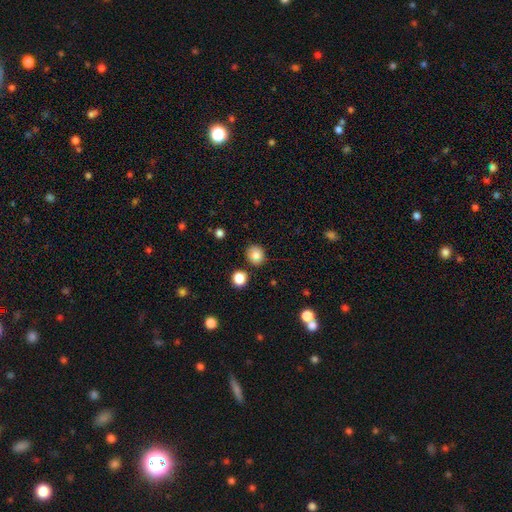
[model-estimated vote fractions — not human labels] smooth_or_featured: smooth (p=0.82) [alt: star or artifact p=0.11]
how_rounded: round (p=0.86) [alt: in between p=0.13]
merging: none (p=0.87) [alt: minor disturbance p=0.07]